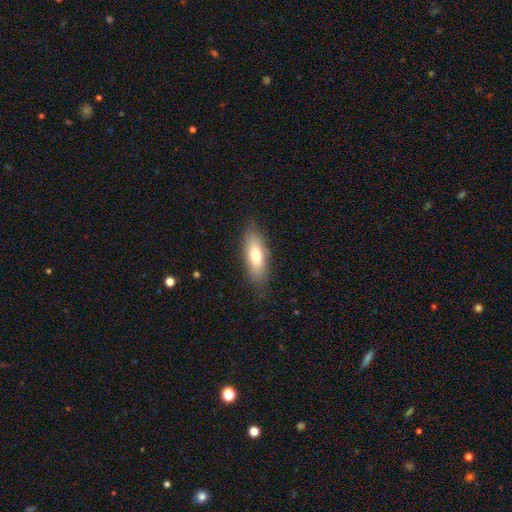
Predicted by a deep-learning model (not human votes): smooth_or_featured: smooth (p=0.72) [alt: featured or disk p=0.21]
how_rounded: in between (p=0.66) [alt: cigar-shaped p=0.31]
merging: none (p=0.82) [alt: minor disturbance p=0.13]